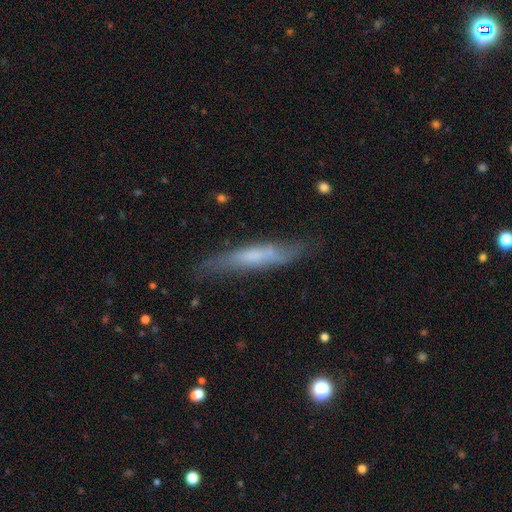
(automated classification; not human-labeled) Smooth or featured? Predicted: smooth (p=0.49). Merging? Predicted: none (p=0.65).